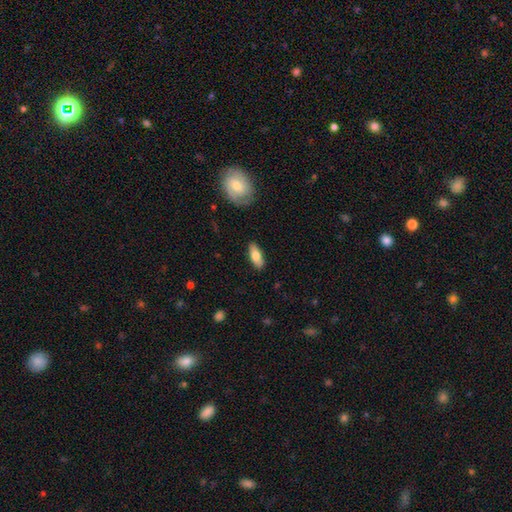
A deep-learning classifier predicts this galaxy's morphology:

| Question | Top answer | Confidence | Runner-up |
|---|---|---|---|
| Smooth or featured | smooth | 73% | featured or disk (21%) |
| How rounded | in between | 75% | cigar-shaped (22%) |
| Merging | none | 86% | minor disturbance (11%) |